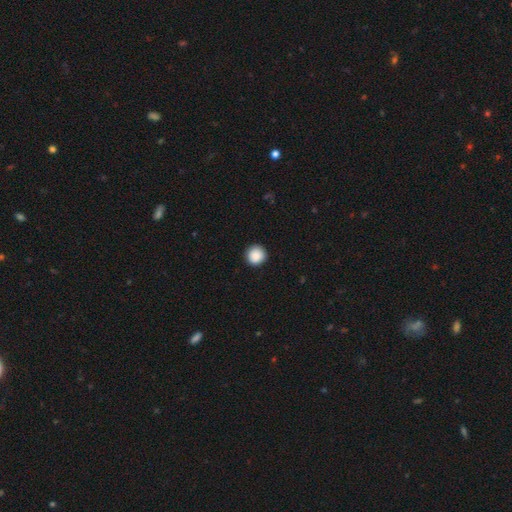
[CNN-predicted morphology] A smooth galaxy with no disk features (89%) that is round (96%). Merging: none (92%).